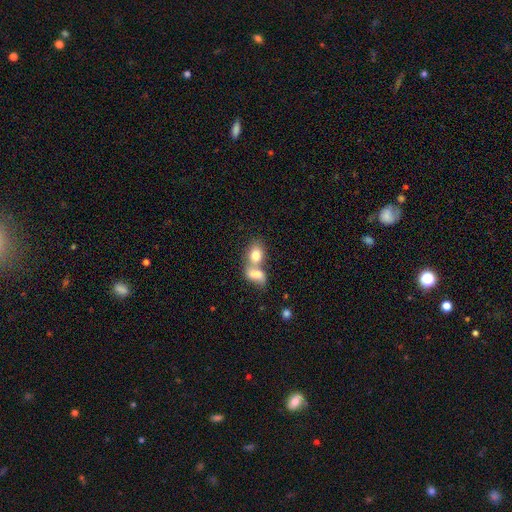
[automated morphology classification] A smooth galaxy with no disk features (77%) that is in between round and cigar-shaped (70%).

Vote fractions:
- Smooth or featured? smooth: 77% / featured or disk: 15% / star or artifact: 8%
- How rounded? in between: 70% / round: 28% / cigar-shaped: 2%
- Merging? merger: 69% / none: 21% / minor disturbance: 6% / major disturbance: 4%